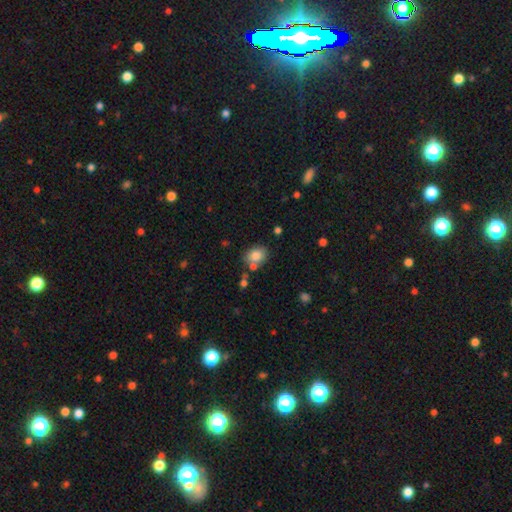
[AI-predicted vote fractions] Smooth or featured: smooth — 81% (star or artifact — 9%)
How rounded: in between — 60% (round — 39%)
Merging: none — 64% (merger — 16%)